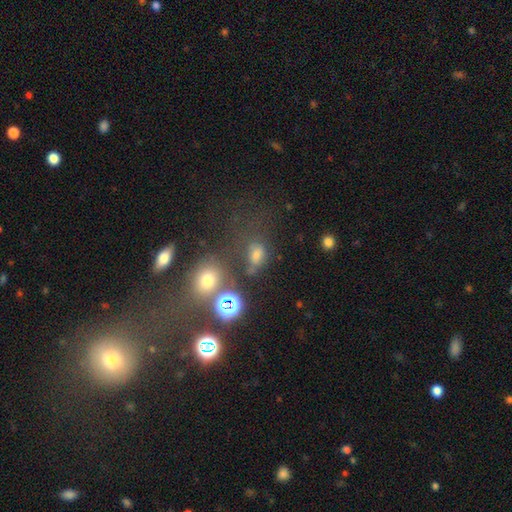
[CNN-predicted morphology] Q: Smooth or featured?
A: smooth (58%); runner-up: star or artifact (30%)
Q: How rounded?
A: in between (66%); runner-up: round (30%)
Q: Merging?
A: none (50%); runner-up: minor disturbance (18%)